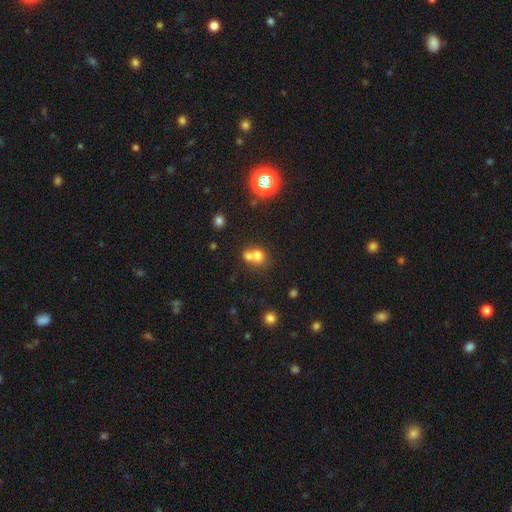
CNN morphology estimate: smooth_or_featured: smooth (p=0.70) [alt: star or artifact p=0.16]
how_rounded: round (p=0.72) [alt: in between p=0.27]
merging: merger (p=0.61) [alt: none p=0.30]